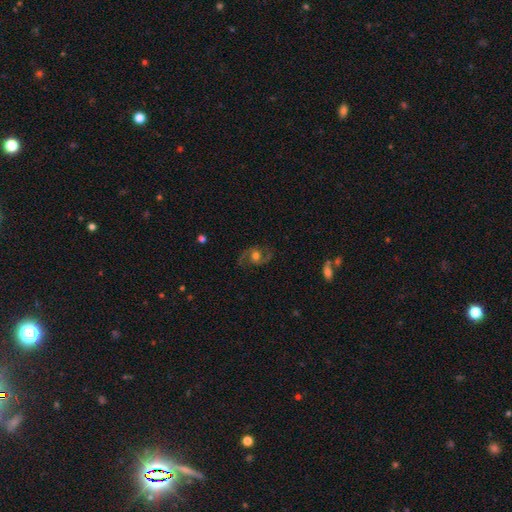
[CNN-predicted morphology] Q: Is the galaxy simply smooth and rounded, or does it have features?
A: featured or disk — 82%.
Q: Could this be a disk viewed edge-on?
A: no — 97%.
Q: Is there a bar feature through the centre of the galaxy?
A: no — 59%.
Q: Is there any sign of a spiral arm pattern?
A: yes — 94%.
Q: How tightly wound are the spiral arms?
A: medium — 51%.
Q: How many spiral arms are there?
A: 2 — 93%.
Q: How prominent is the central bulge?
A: moderate — 66%.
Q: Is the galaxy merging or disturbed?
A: none — 79%.